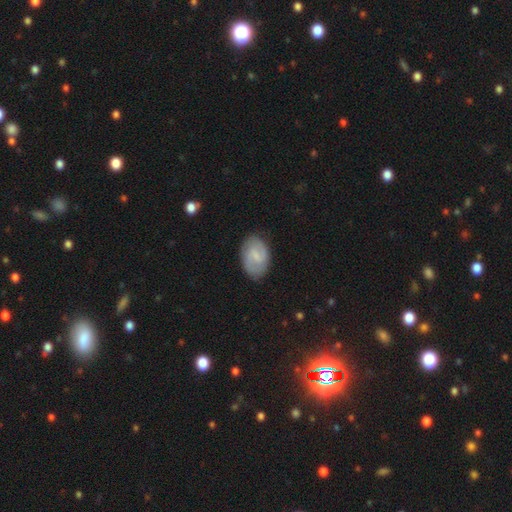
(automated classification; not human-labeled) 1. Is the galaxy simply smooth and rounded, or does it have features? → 51% featured or disk, 42% smooth, 6% star or artifact.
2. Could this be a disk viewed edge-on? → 97% no, 3% yes.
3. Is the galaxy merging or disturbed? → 81% none, 15% minor disturbance, 4% major disturbance, 1% merger.